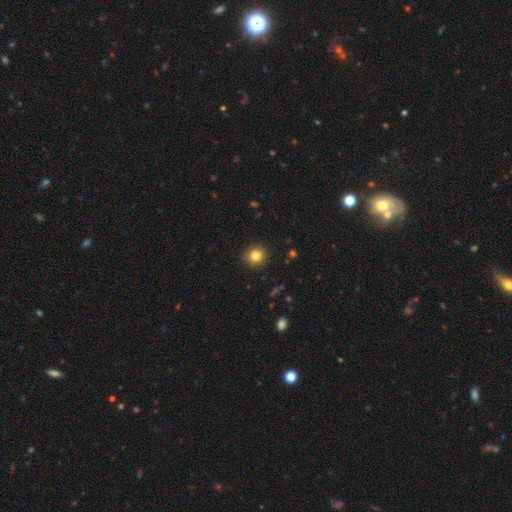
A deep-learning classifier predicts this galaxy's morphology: Smooth or featured? smooth (82%)
How rounded? round (91%)
Merging? none (91%)